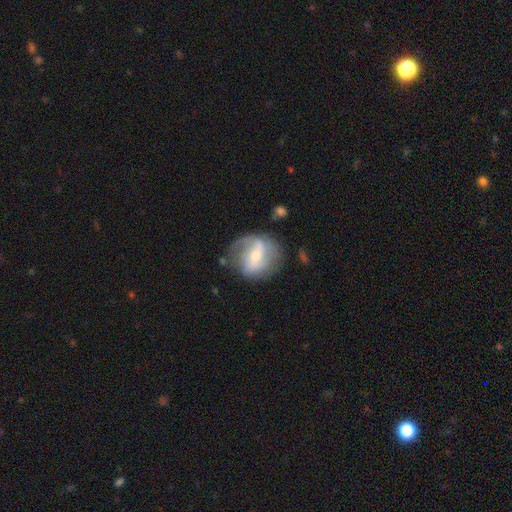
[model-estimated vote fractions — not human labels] Smooth or featured?
  - featured or disk: 74% *
  - smooth: 19%
  - star or artifact: 6%
Edge-on disk?
  - no: 96% *
  - yes: 4%
Bar?
  - weak: 41% *
  - strong: 36%
  - no: 23%
Spiral arms?
  - yes: 84% *
  - no: 16%
Spiral winding?
  - loose: 44% *
  - medium: 39%
  - tight: 17%
Spiral arm count?
  - 2: 73% *
  - can't tell: 12%
  - 1: 6%
  - 3: 5%
  - 4: 2%
  - more than 4: 2%
Bulge size?
  - small: 50% *
  - moderate: 43%
  - large: 3%
  - none: 2%
  - dominant: 1%
Merging?
  - none: 65% *
  - minor disturbance: 20%
  - major disturbance: 12%
  - merger: 3%